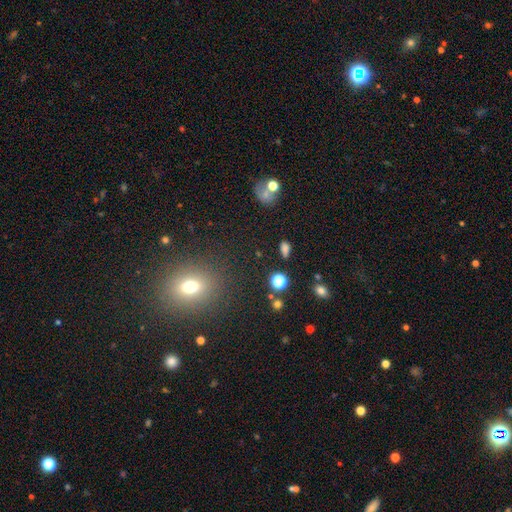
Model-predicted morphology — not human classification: This is possibly a smooth galaxy (52%). How rounded: possibly round (56%). Merging: clearly none (86%).